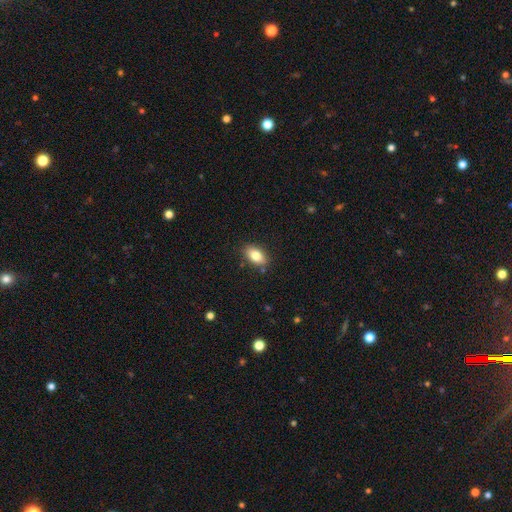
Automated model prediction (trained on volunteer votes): A smooth galaxy with no disk features (80%) that is in between round and cigar-shaped (89%). Merging: none (86%).